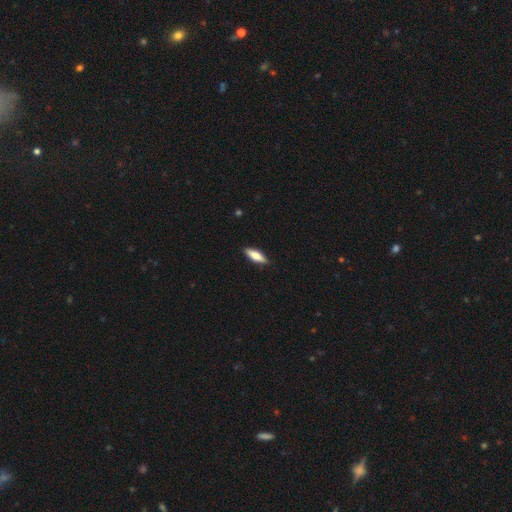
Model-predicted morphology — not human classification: The model was most divided on "how rounded": in between: 53%, cigar-shaped: 45%, round: 2%. More confident: merging — none (88%); smooth or featured — smooth (73%).